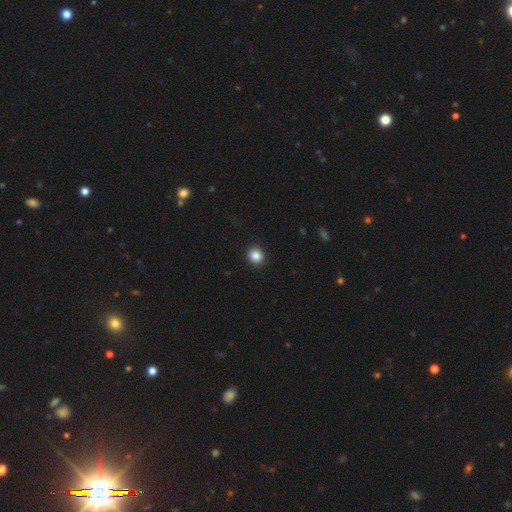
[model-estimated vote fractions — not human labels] Smooth or featured? Predicted: smooth (p=0.86). How rounded? Predicted: round (p=0.87). Merging? Predicted: none (p=0.92).